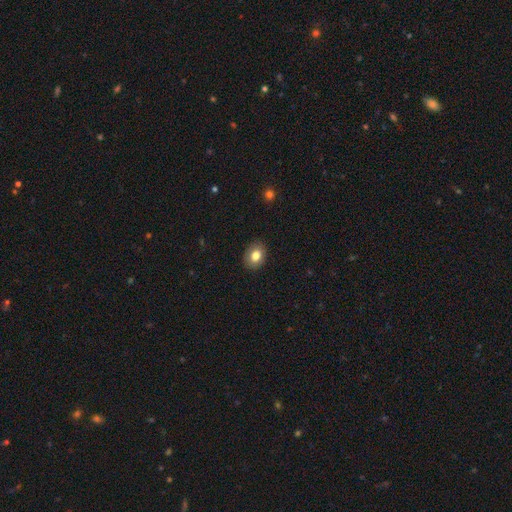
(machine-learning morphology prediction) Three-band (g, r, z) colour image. It shows a smooth galaxy with no disk features (82%) that is in between round and cigar-shaped (68%). Merging: none (88%).